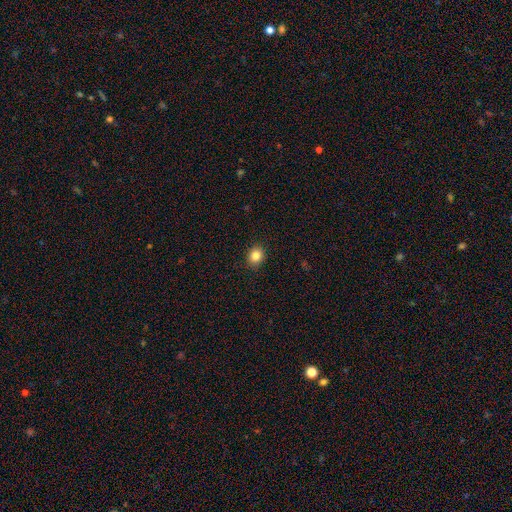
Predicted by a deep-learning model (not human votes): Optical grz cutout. It shows a smooth galaxy with no disk features (83%) that is round (64%). Merging: none (91%).